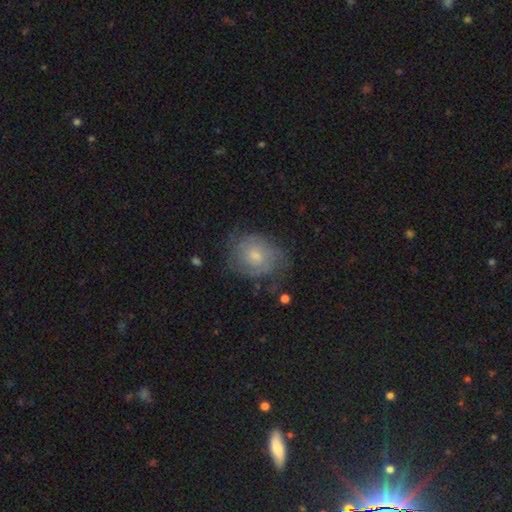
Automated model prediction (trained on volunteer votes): A smooth galaxy with no disk features (47%). Merging: none (61%).